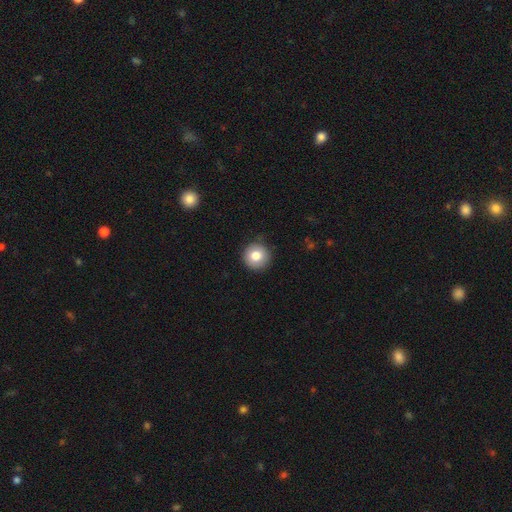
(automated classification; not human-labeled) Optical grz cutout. It shows a smooth galaxy with no disk features (81%) that is round (95%). Merging: none (87%).